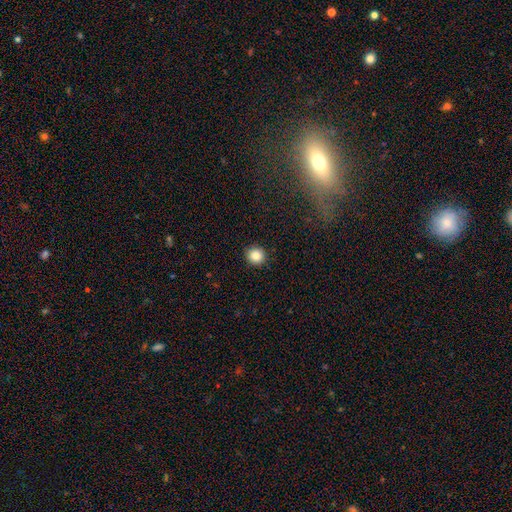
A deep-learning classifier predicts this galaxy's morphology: Smooth or featured? smooth (85%)
How rounded? round (90%)
Merging? none (91%)